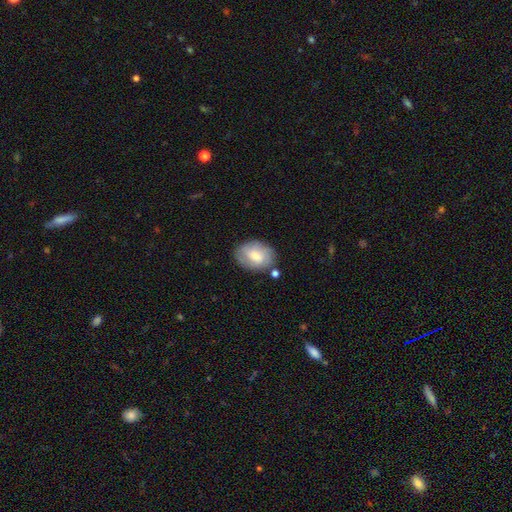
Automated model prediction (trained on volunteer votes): smooth 64%, featured or disk 29%, star or artifact 7%. Down the decision tree: how rounded — in between (71%); merging — none (71%).